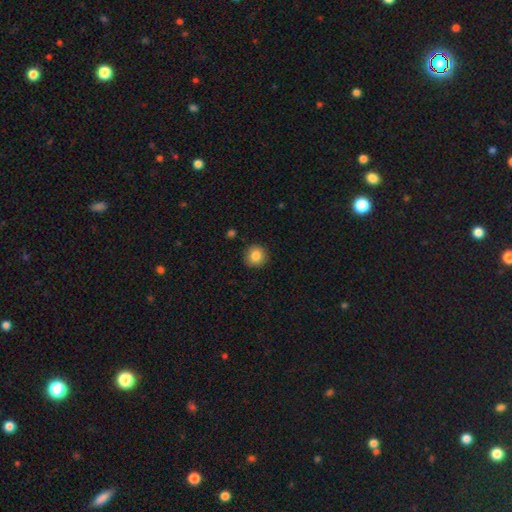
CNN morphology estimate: Overall: smooth (84%). How rounded: round (93%). Merging: none (90%).